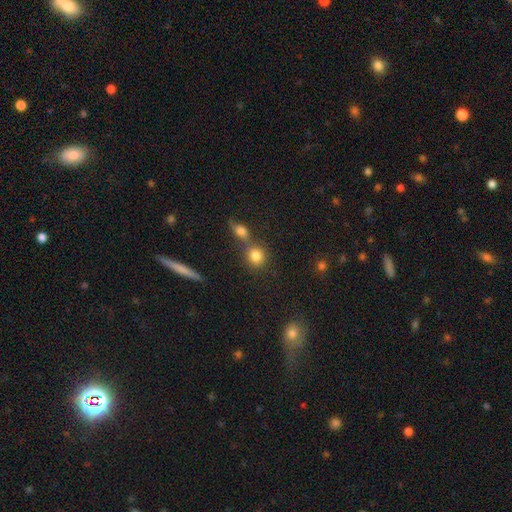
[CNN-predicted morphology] A smooth galaxy with no disk features (81%) that is round (82%). Merging: none (53%).